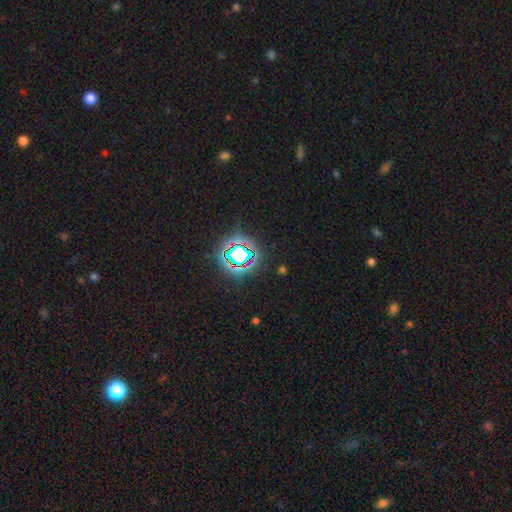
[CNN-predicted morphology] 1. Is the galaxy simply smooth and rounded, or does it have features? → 79% star or artifact, 13% smooth, 8% featured or disk.